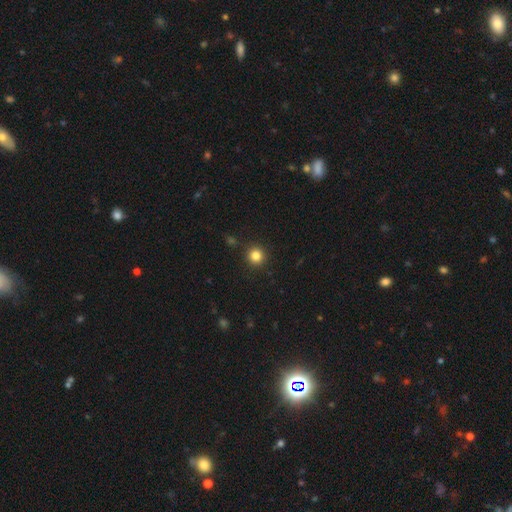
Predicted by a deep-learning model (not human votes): Smooth or featured?
  - smooth: 83% *
  - star or artifact: 12%
  - featured or disk: 5%
How rounded?
  - round: 94% *
  - in between: 5%
  - cigar-shaped: 1%
Merging?
  - none: 91% *
  - minor disturbance: 5%
  - major disturbance: 2%
  - merger: 2%